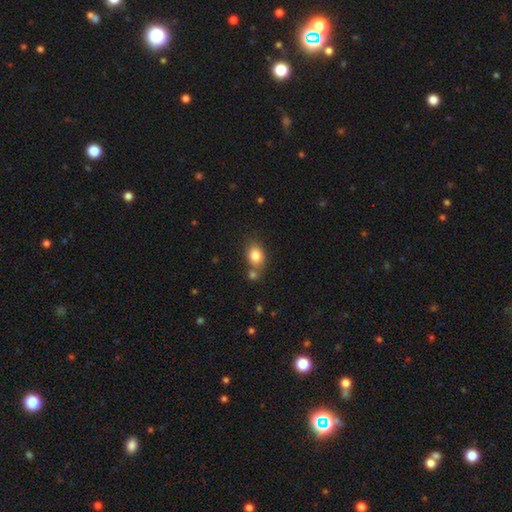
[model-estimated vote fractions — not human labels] Smooth or featured? smooth (82%)
How rounded? in between (61%)
Merging? none (59%)